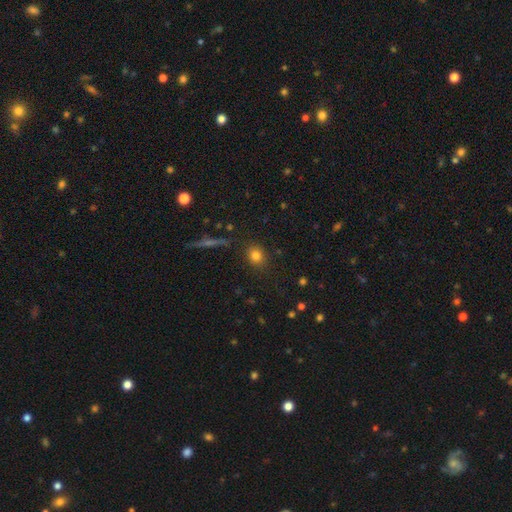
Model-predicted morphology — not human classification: Smooth or featured? smooth (80%)
How rounded? round (70%)
Merging? none (86%)